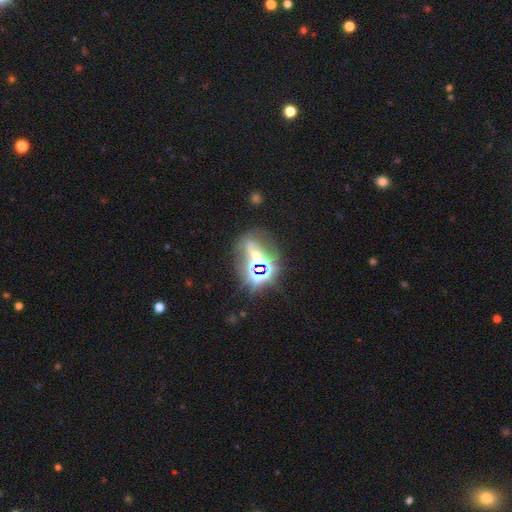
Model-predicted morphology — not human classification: This is possibly a star or artifact rather than a galaxy (56%).